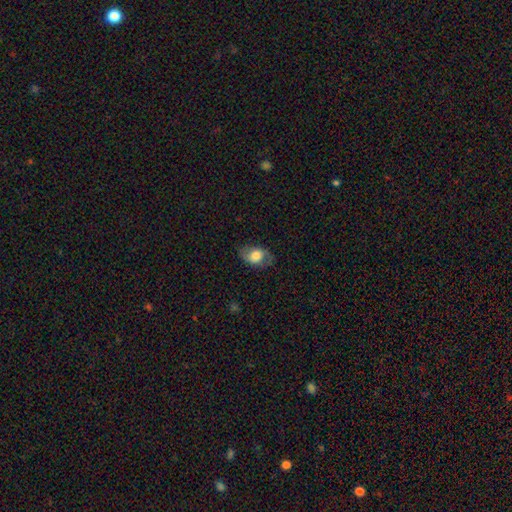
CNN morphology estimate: The model was most divided on "smooth or featured": smooth: 60%, featured or disk: 32%, star or artifact: 8%. More confident: how rounded — in between (78%); merging — none (73%).